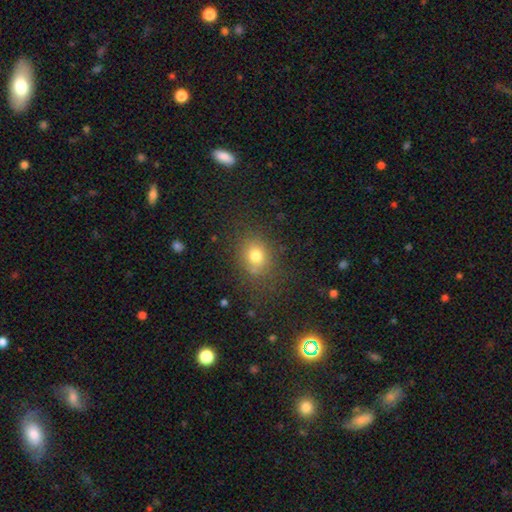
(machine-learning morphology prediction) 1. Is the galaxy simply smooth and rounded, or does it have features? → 76% smooth, 15% star or artifact, 9% featured or disk.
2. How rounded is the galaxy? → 58% round, 41% in between, 1% cigar-shaped.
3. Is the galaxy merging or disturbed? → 77% none, 14% minor disturbance, 6% major disturbance, 3% merger.